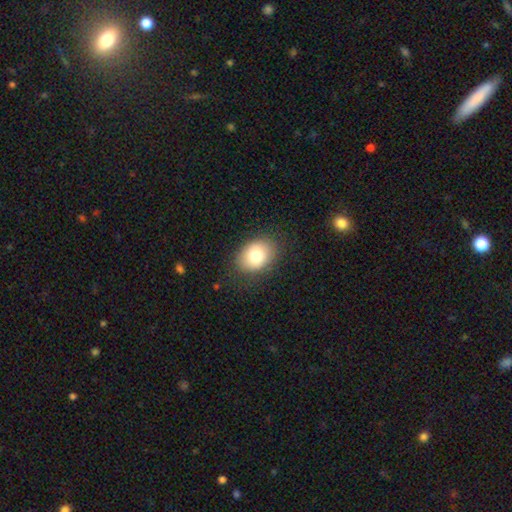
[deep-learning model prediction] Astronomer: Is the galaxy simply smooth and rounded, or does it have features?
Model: smooth — 79%.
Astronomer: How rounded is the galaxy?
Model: in between — 72%.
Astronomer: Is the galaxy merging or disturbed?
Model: none — 83%.